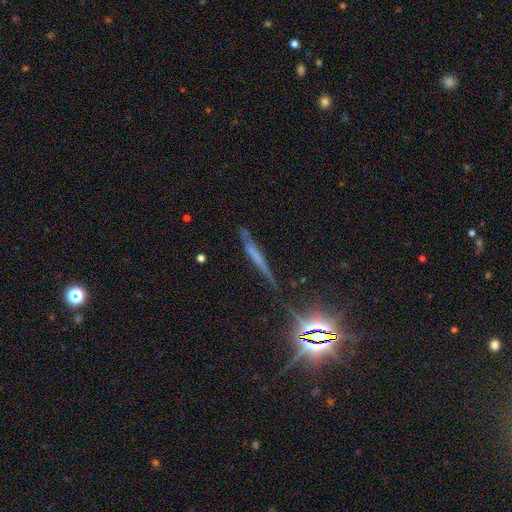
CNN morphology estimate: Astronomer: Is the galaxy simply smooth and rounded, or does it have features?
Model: smooth — 38% (runner-up: featured or disk, 37%).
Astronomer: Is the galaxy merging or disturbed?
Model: none — 69%.